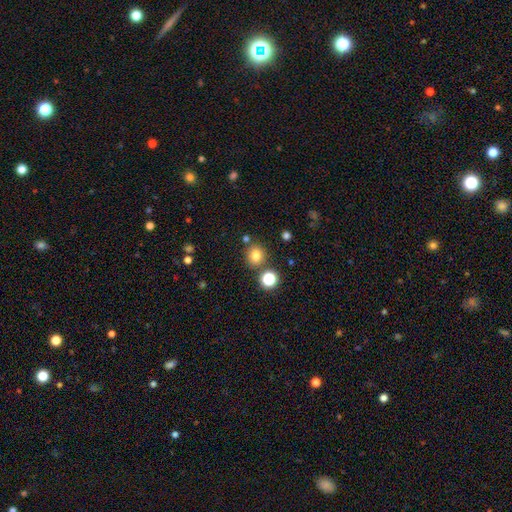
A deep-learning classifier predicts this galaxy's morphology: Smooth or featured?
  - smooth: 78% *
  - star or artifact: 15%
  - featured or disk: 7%
How rounded?
  - round: 85% *
  - in between: 14%
  - cigar-shaped: 1%
Merging?
  - none: 80% *
  - merger: 9%
  - minor disturbance: 8%
  - major disturbance: 3%